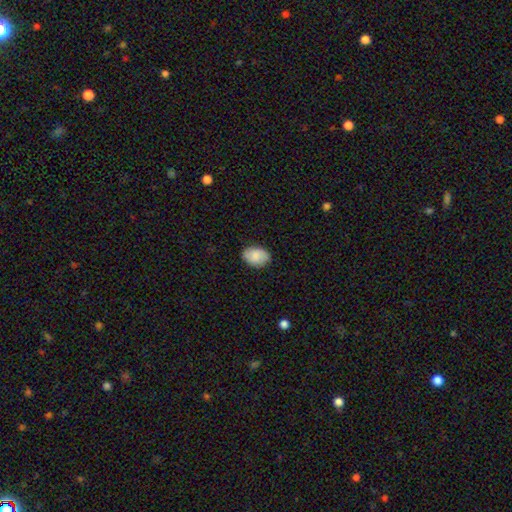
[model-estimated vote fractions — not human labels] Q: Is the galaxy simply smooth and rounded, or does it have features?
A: smooth — 82%.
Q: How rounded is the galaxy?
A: in between — 83%.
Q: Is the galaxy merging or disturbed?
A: none — 82%.